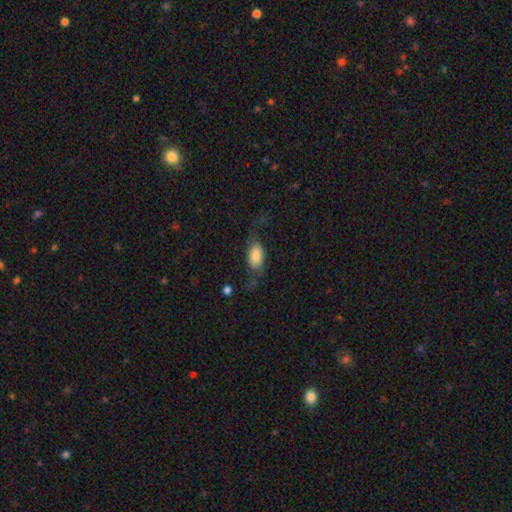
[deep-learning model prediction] Smooth or featured?
  - smooth: 66% *
  - featured or disk: 26%
  - star or artifact: 8%
How rounded?
  - in between: 90% *
  - cigar-shaped: 5%
  - round: 5%
Merging?
  - none: 47% *
  - major disturbance: 27%
  - minor disturbance: 23%
  - merger: 3%